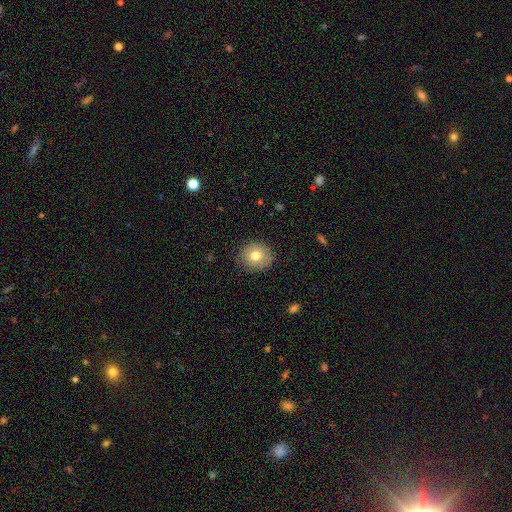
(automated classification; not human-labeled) A smooth galaxy with no disk features (76%) that is round (84%). Merging: none (86%).